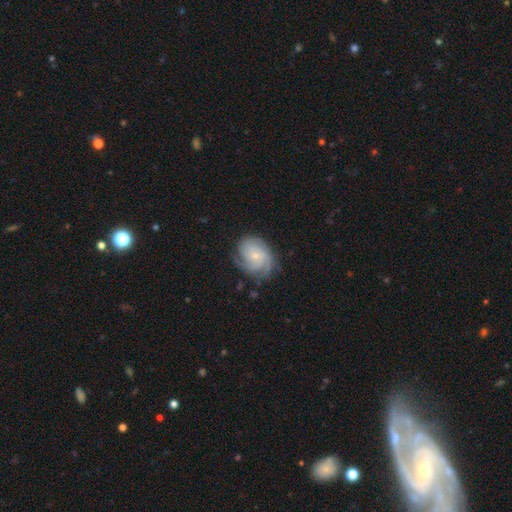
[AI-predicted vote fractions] Smooth or featured: featured or disk — 83% (smooth — 11%)
Edge-on disk: no — 98% (yes — 2%)
Bar: no — 72% (weak — 24%)
Spiral arms: yes — 97% (no — 3%)
Spiral winding: tight — 66% (medium — 28%)
Spiral arm count: 3 — 32% (4 — 23%)
Bulge size: small — 74% (moderate — 22%)
Merging: none — 74% (minor disturbance — 18%)